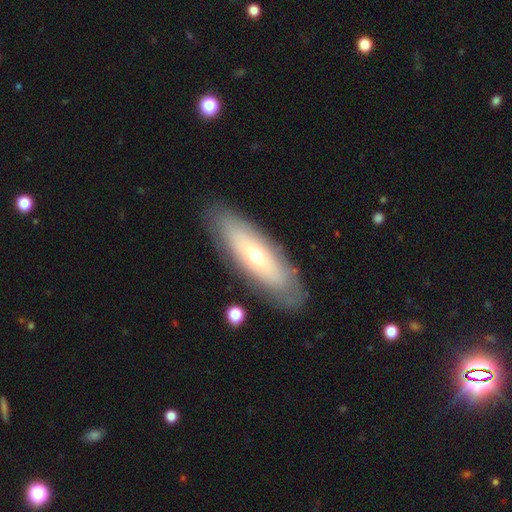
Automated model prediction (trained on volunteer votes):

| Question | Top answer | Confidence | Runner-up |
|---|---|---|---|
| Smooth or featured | featured or disk | 48% | smooth (45%) |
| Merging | none | 84% | minor disturbance (11%) |